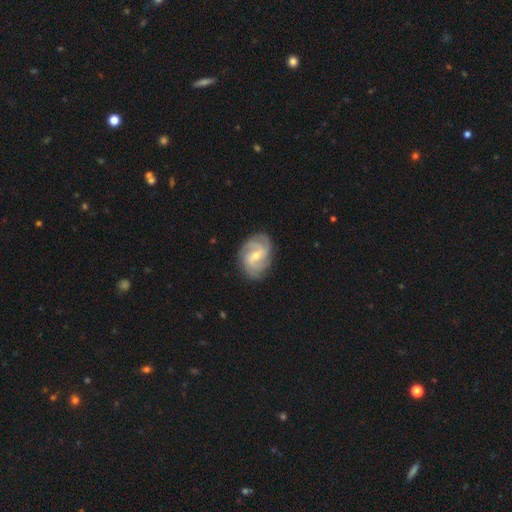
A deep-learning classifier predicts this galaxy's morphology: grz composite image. It shows a featured or disk galaxy (87%) with a weak bar (55%), 3 (39%) tight (47%) spiral arms (97%) and a moderate central bulge (51%). Merging: none (80%).